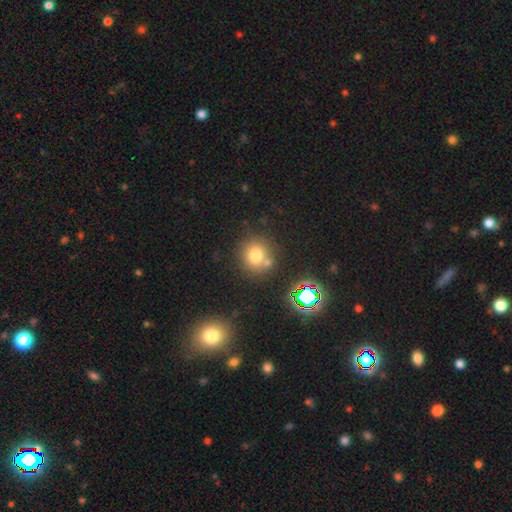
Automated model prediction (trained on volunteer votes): smooth 74%, star or artifact 17%, featured or disk 10%. Down the decision tree: how rounded — round (87%); merging — none (68%).